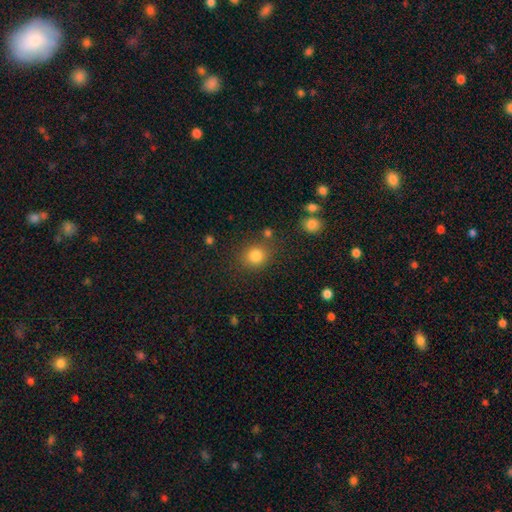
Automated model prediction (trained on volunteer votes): This appears to be a smooth galaxy with no disk features (83%) that is round (78%). Merging: none (80%).